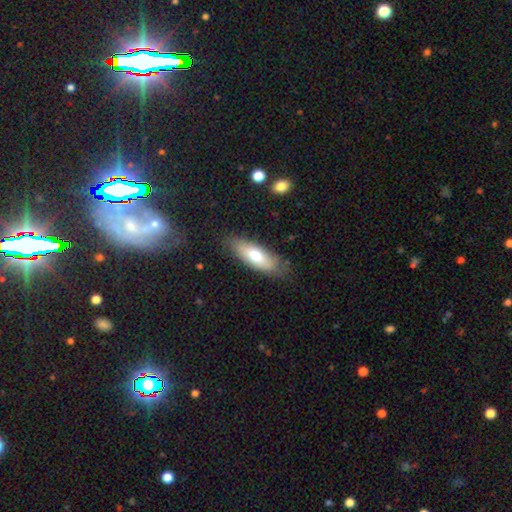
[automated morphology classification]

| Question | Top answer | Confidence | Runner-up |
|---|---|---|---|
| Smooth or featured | smooth | 67% | featured or disk (26%) |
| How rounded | in between | 69% | cigar-shaped (29%) |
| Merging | none | 79% | minor disturbance (16%) |